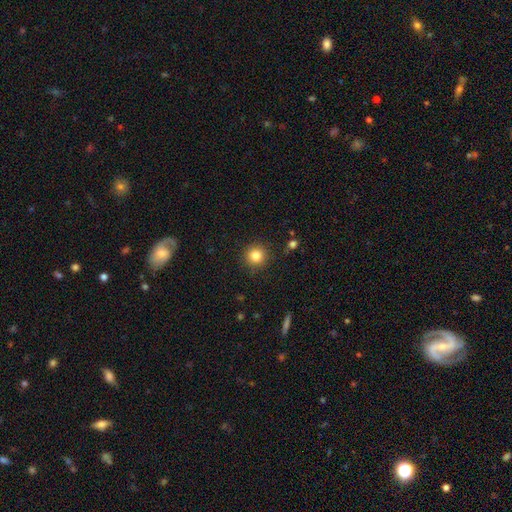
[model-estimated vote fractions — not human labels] Smooth or featured: smooth — 83% (star or artifact — 11%)
How rounded: round — 94% (in between — 5%)
Merging: none — 90% (minor disturbance — 7%)